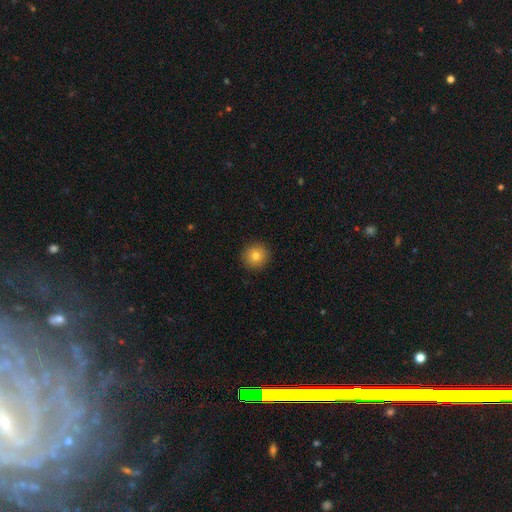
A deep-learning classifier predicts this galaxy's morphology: A smooth galaxy with no disk features (81%) that is round (94%).

Vote fractions:
- Smooth or featured? smooth: 81% / star or artifact: 10% / featured or disk: 8%
- How rounded? round: 94% / in between: 5% / cigar-shaped: 1%
- Merging? none: 92% / minor disturbance: 5% / major disturbance: 2% / merger: 1%